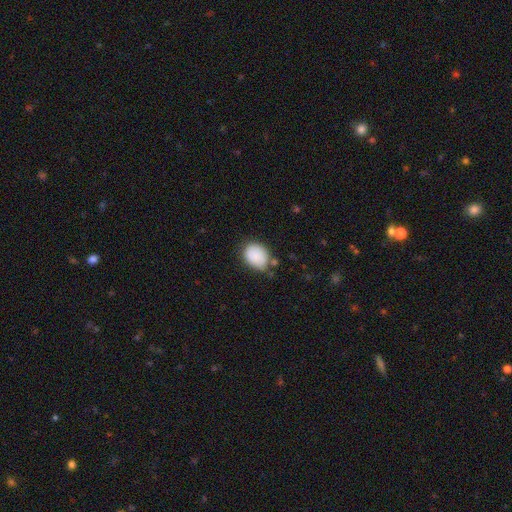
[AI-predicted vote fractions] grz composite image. It shows a smooth galaxy with no disk features (87%) that is in between round and cigar-shaped (62%). Merging: none (61%).